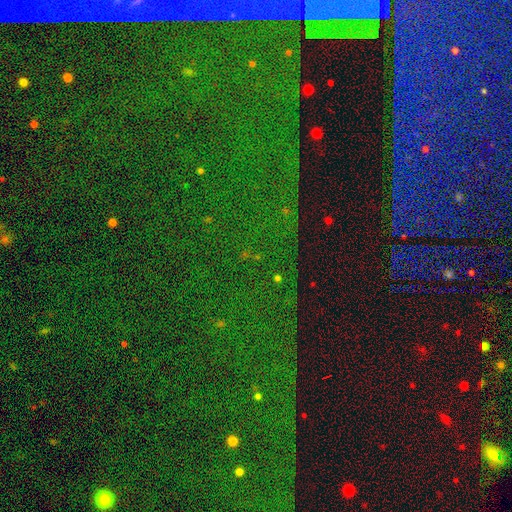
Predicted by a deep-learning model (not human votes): smooth_or_featured: star or artifact (p=0.83) [alt: featured or disk p=0.09]